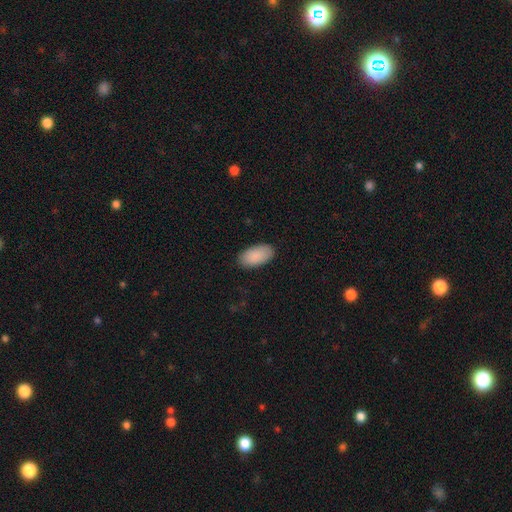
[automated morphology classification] Smooth or featured?
  - smooth: 91% *
  - star or artifact: 6%
  - featured or disk: 4%
How rounded?
  - in between: 96% *
  - round: 2%
  - cigar-shaped: 2%
Merging?
  - none: 87% *
  - minor disturbance: 10%
  - major disturbance: 2%
  - merger: 1%